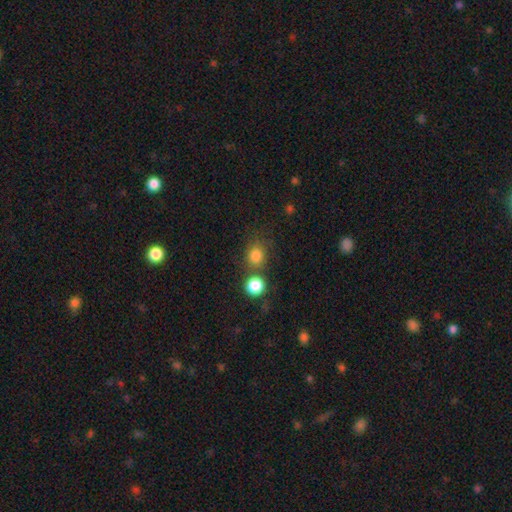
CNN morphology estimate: Overall: smooth (81%). How rounded: round (77%). Merging: none (65%).